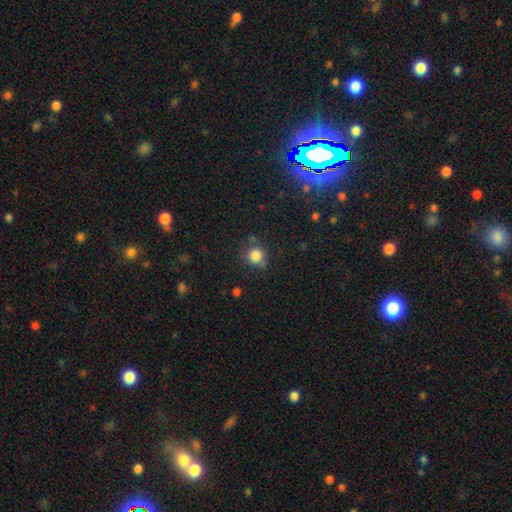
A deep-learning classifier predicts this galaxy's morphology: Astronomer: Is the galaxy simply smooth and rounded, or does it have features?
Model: smooth — 84%.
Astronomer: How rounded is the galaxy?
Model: round — 88%.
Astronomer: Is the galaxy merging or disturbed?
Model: none — 71%.